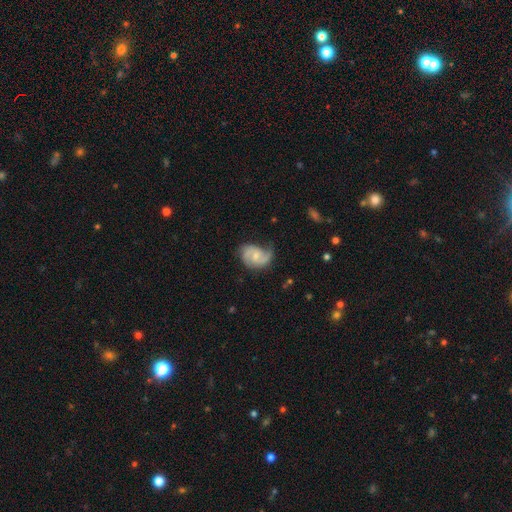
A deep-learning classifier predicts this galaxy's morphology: smooth_or_featured: featured or disk (p=0.75) [alt: smooth p=0.19]
disk_edge_on: no (p=0.98) [alt: yes p=0.02]
bar: no (p=0.53) [alt: weak p=0.40]
has_spiral_arms: yes (p=0.94) [alt: no p=0.06]
spiral_winding: medium (p=0.47) [alt: loose p=0.33]
spiral_arm_count: 2 (p=0.79) [alt: 1 p=0.08]
bulge_size: small (p=0.54) [alt: moderate p=0.38]
merging: none (p=0.53) [alt: minor disturbance p=0.30]